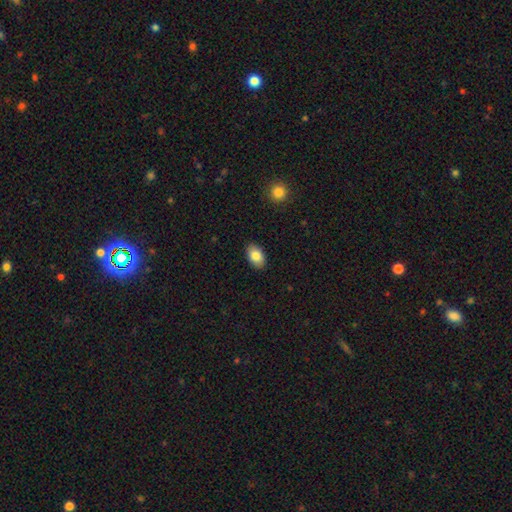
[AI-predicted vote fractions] Morphology: type=smooth (84%); roundness=in between (91%); merging=none (89%).